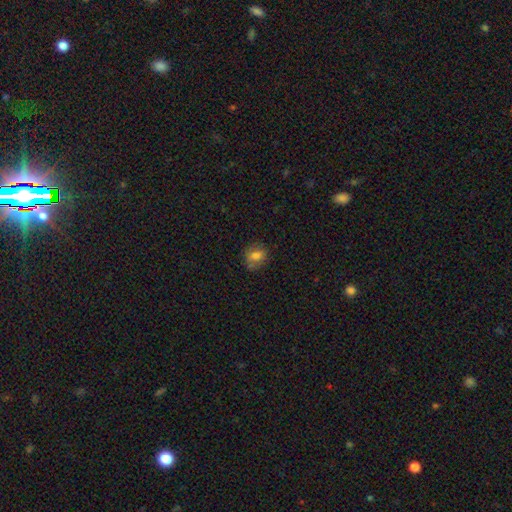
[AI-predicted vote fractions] This appears to be a smooth galaxy with no disk features (76%) that is round (62%). Merging: none (76%).